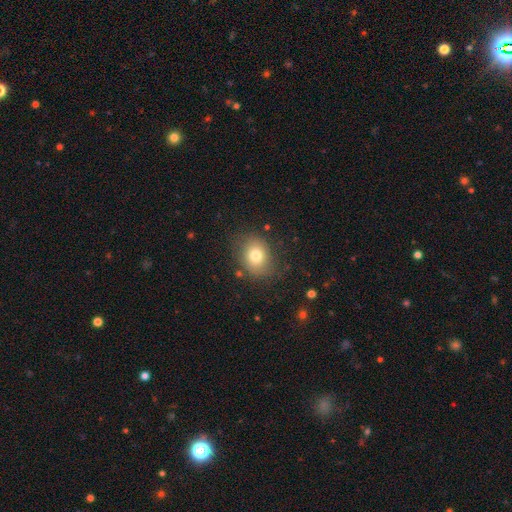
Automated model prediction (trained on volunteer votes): Smooth or featured: smooth — 77% (featured or disk — 13%)
How rounded: in between — 52% (round — 47%)
Merging: none — 78% (minor disturbance — 15%)